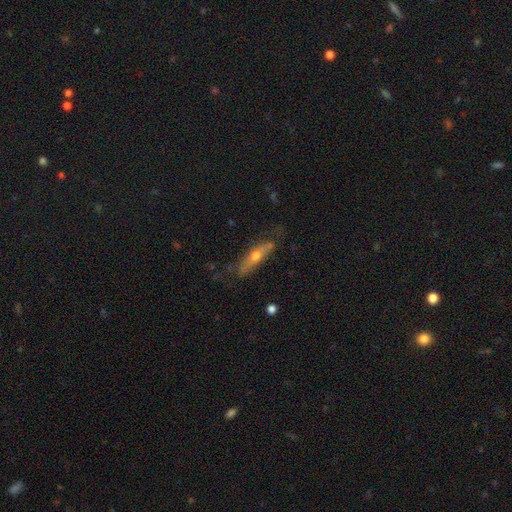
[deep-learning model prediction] Morphology: type=featured or disk (56%); edge-on=yes (77%); merging=none (69%).